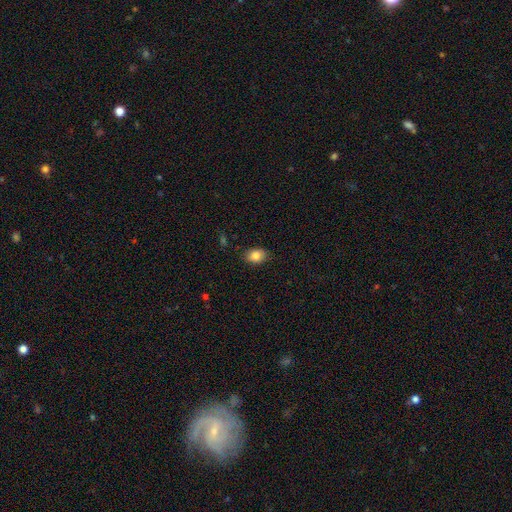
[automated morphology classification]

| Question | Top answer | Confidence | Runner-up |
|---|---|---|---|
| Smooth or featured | smooth | 84% | star or artifact (8%) |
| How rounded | in between | 76% | round (23%) |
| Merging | none | 86% | minor disturbance (10%) |